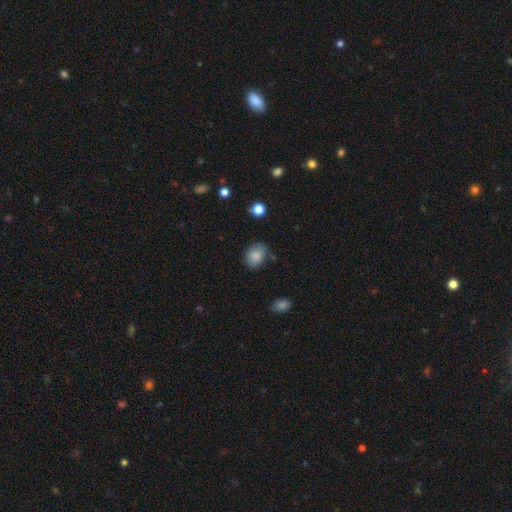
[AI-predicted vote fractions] Smooth or featured?
  - smooth: 84% *
  - star or artifact: 9%
  - featured or disk: 7%
How rounded?
  - in between: 69% *
  - round: 30%
  - cigar-shaped: 1%
Merging?
  - none: 74% *
  - minor disturbance: 19%
  - major disturbance: 4%
  - merger: 3%